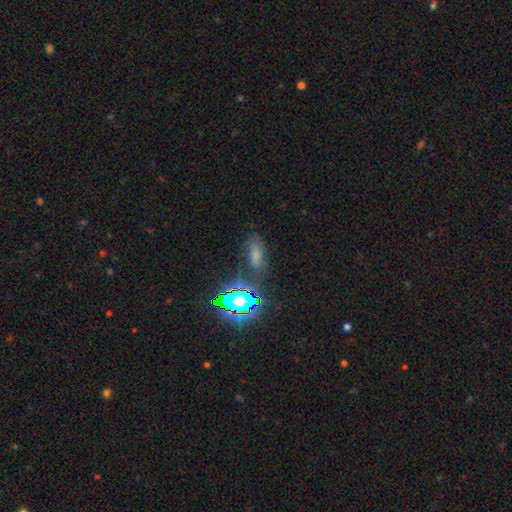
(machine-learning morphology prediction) smooth-or-featured: smooth: 55% | star or artifact: 30% | featured or disk: 15%
  how-rounded: in between: 75% | cigar-shaped: 17% | round: 7%
  merging: none: 70% | minor disturbance: 17% | major disturbance: 7% | merger: 5%